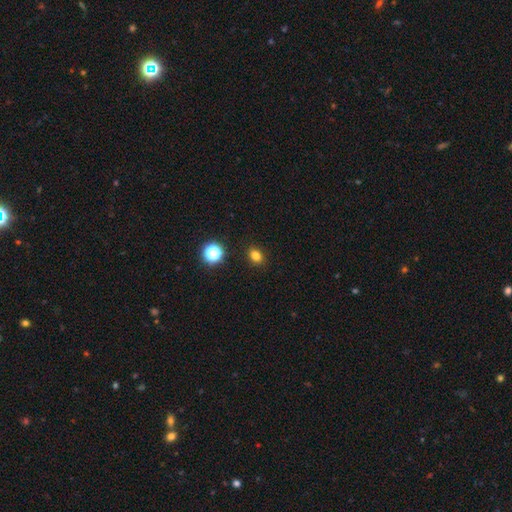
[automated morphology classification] Q: Smooth or featured?
A: smooth (79%); runner-up: star or artifact (16%)
Q: How rounded?
A: in between (55%); runner-up: round (44%)
Q: Merging?
A: none (89%); runner-up: minor disturbance (8%)